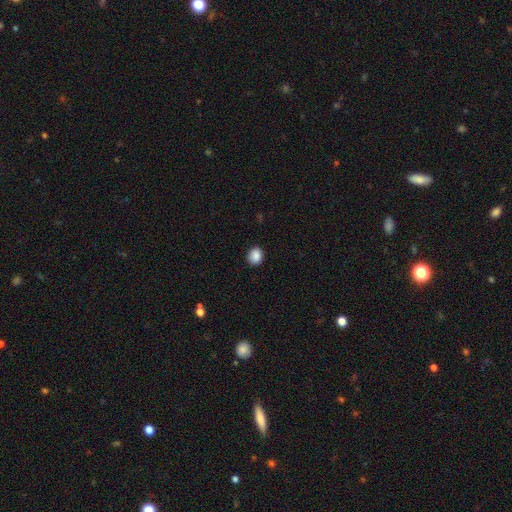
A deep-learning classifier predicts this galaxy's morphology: Smooth or featured? Predicted: smooth (p=0.88). How rounded? Predicted: round (p=0.62). Merging? Predicted: none (p=0.89).